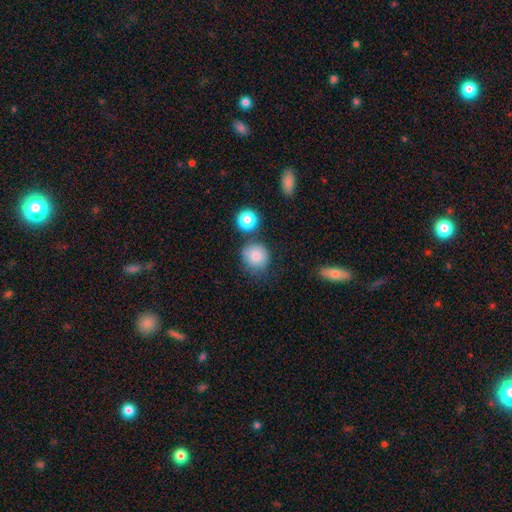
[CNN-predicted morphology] A smooth galaxy with no disk features (80%) that is round (87%). Merging: none (65%).